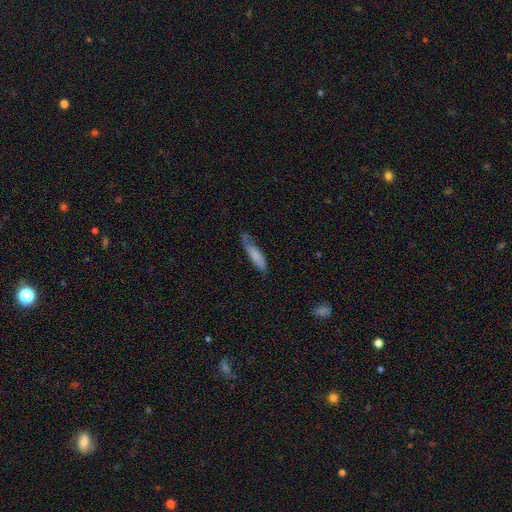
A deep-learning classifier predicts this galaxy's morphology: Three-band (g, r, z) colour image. It shows a smooth galaxy with no disk features (74%) that is cigar-shaped (70%). Merging: none (56%).